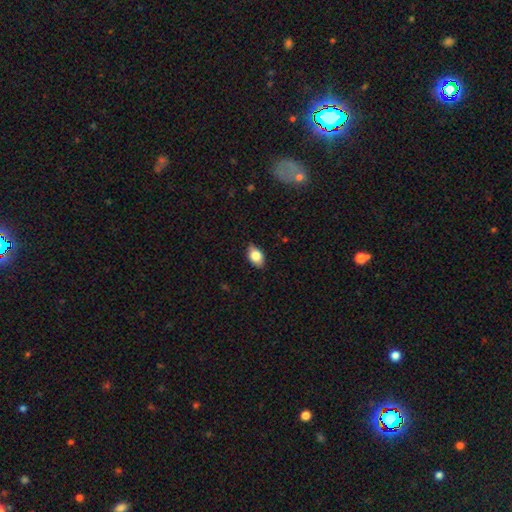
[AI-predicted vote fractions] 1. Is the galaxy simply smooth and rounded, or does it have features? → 80% smooth, 13% featured or disk, 8% star or artifact.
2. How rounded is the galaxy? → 85% in between, 13% round, 2% cigar-shaped.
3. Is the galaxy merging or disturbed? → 81% none, 15% minor disturbance, 3% major disturbance, 1% merger.